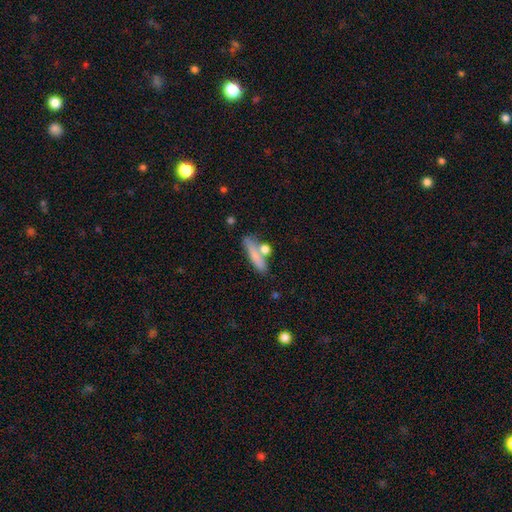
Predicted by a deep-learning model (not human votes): This is likely a smooth galaxy (72%). How rounded: likely cigar-shaped (74%). Merging: likely none (64%).